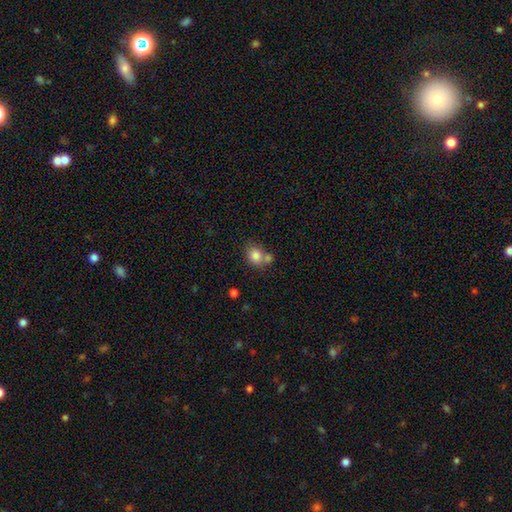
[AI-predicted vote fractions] The model was most divided on "merging": none: 49%, merger: 34%, minor disturbance: 13%, major disturbance: 4%. More confident: smooth or featured — smooth (81%); how rounded — round (66%).